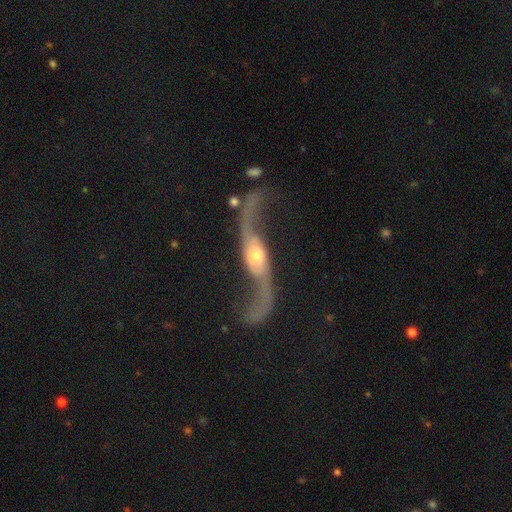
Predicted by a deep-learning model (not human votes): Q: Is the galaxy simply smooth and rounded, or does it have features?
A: featured or disk — 88%.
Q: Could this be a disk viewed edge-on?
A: no — 85%.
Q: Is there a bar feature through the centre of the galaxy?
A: no — 53%.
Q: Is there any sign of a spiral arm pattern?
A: yes — 95%.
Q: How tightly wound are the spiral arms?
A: loose — 93%.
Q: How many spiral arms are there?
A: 2 — 93%.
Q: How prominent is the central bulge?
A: moderate — 46%.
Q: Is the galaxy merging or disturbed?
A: none — 59%.